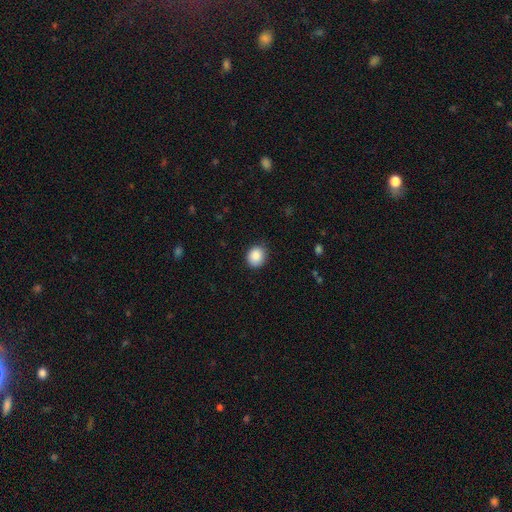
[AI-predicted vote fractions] Morphology: type=smooth (88%); roundness=round (69%); merging=none (85%).